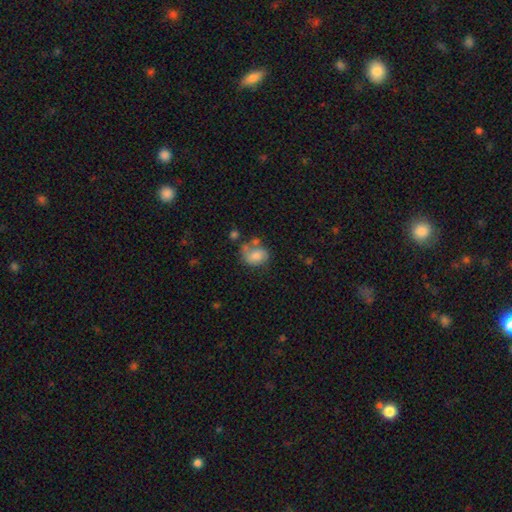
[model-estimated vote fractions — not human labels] smooth-or-featured: smooth: 72% | featured or disk: 19% | star or artifact: 9%
  how-rounded: in between: 55% | round: 44% | cigar-shaped: 1%
  merging: none: 44% | minor disturbance: 24% | merger: 19% | major disturbance: 12%